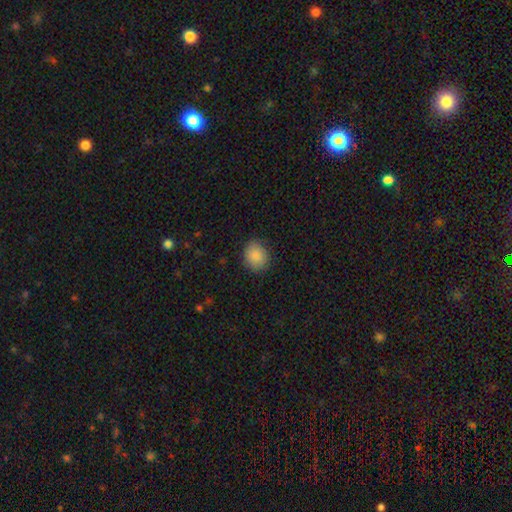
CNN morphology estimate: Smooth or featured?
  - smooth: 87% *
  - star or artifact: 8%
  - featured or disk: 5%
How rounded?
  - round: 67% *
  - in between: 33%
  - cigar-shaped: 1%
Merging?
  - none: 83% *
  - minor disturbance: 13%
  - major disturbance: 3%
  - merger: 1%